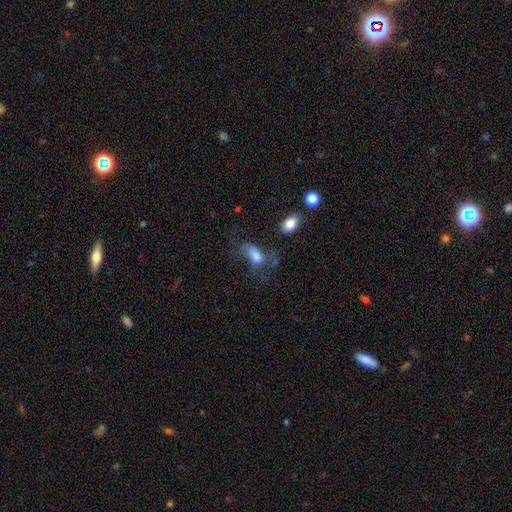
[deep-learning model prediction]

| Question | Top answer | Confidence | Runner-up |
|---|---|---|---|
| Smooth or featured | smooth | 64% | featured or disk (24%) |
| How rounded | in between | 85% | round (10%) |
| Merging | major disturbance | 43% | none (30%) |